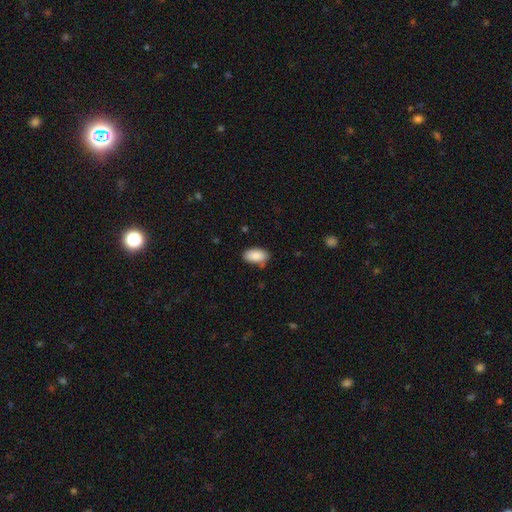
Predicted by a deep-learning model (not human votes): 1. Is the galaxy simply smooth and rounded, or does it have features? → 89% smooth, 7% star or artifact, 4% featured or disk.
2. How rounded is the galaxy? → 94% in between, 3% round, 2% cigar-shaped.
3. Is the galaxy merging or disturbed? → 80% none, 15% minor disturbance, 3% major disturbance, 2% merger.